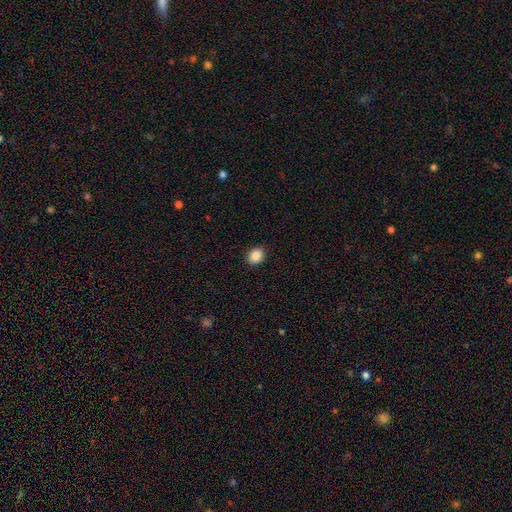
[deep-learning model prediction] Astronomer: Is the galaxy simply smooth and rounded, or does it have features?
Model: smooth — 89%.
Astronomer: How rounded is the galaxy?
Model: round — 64%.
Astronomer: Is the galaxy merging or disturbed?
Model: none — 90%.